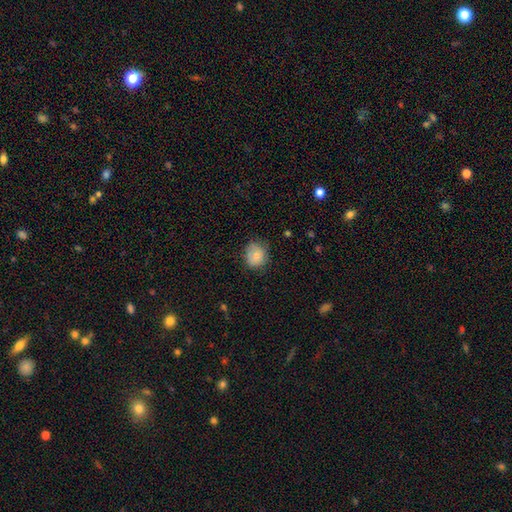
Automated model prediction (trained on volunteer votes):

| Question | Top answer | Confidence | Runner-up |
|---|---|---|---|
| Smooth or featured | smooth | 81% | featured or disk (11%) |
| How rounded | round | 76% | in between (23%) |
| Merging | none | 73% | minor disturbance (21%) |